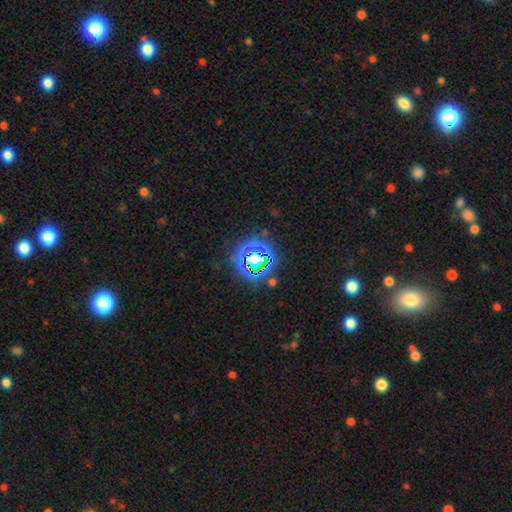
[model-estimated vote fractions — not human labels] The model was most divided on "smooth or featured": star or artifact: 67%, smooth: 22%, featured or disk: 11%.